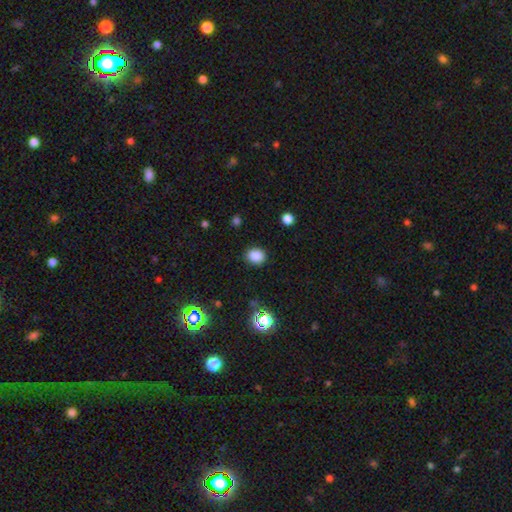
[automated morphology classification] Smooth or featured? smooth (84%)
How rounded? round (57%)
Merging? none (86%)